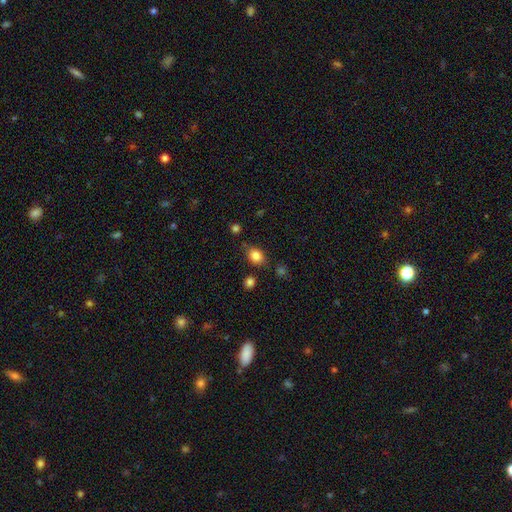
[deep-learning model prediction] A smooth galaxy with no disk features (84%) that is in between round and cigar-shaped (63%). Merging: none (79%).